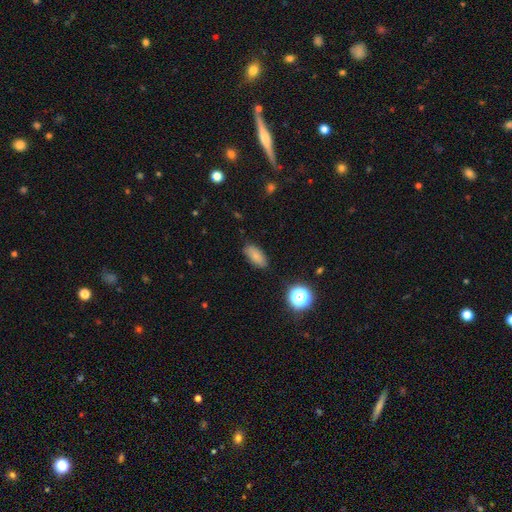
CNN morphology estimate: This is clearly a smooth galaxy (80%). How rounded: clearly in between (86%). Merging: clearly none (82%).